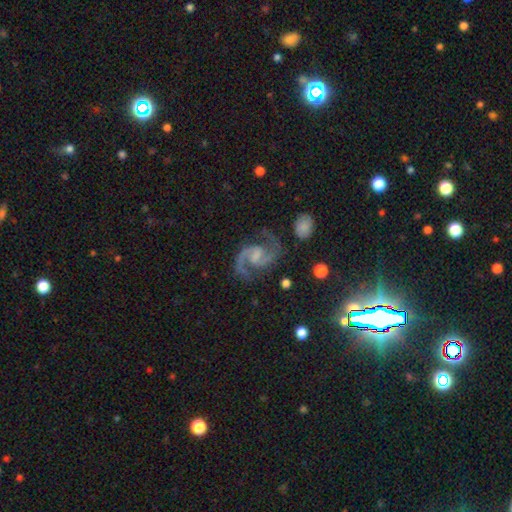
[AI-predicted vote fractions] Smooth or featured? Predicted: featured or disk (p=0.92). Edge-on disk? Predicted: no (p=0.98). Bar? Predicted: weak (p=0.50). Spiral arms? Predicted: yes (p=0.98). Spiral winding? Predicted: medium (p=0.64). Spiral arm count? Predicted: 2 (p=0.94). Bulge size? Predicted: none (p=0.41). Merging? Predicted: none (p=0.76).